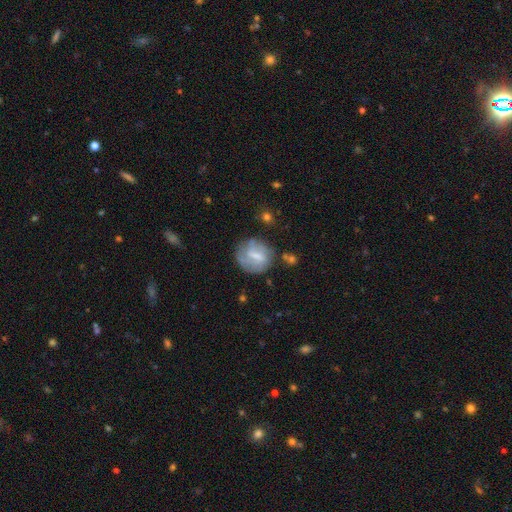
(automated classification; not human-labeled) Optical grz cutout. It shows a featured or disk galaxy (53%) with a weak bar (53%), spiral arms (66%) and a small central bulge (35%). Merging: none (62%).